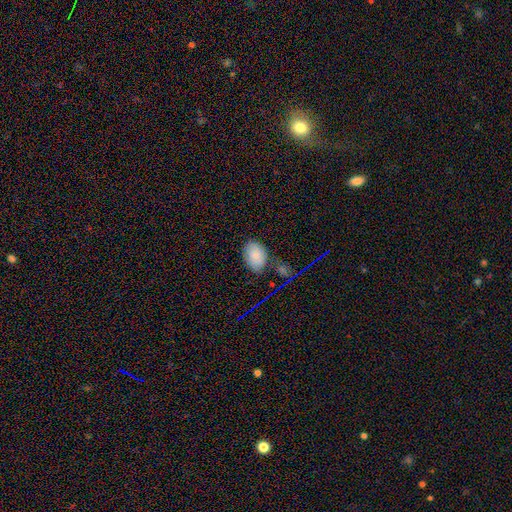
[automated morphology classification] Overall: smooth (79%). How rounded: in between (88%). Merging: none (72%).